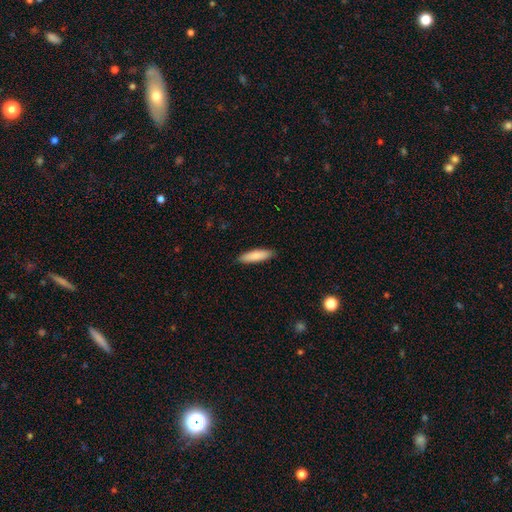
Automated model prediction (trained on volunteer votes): Smooth or featured: smooth — 86% (featured or disk — 9%)
How rounded: cigar-shaped — 65% (in between — 33%)
Merging: none — 89% (minor disturbance — 8%)